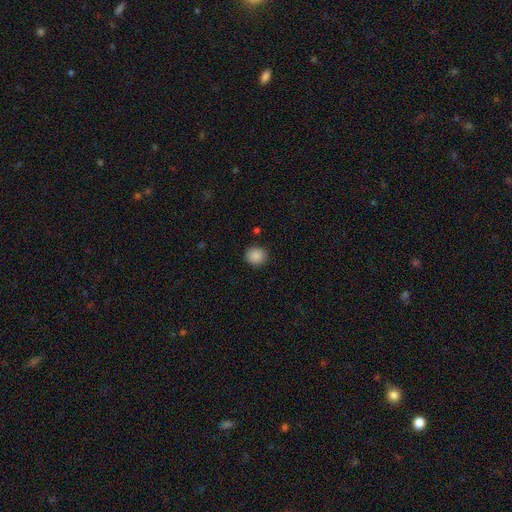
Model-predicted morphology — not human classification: Smooth or featured?
  - smooth: 88% *
  - star or artifact: 9%
  - featured or disk: 3%
How rounded?
  - round: 86% *
  - in between: 13%
  - cigar-shaped: 1%
Merging?
  - none: 89% *
  - minor disturbance: 7%
  - major disturbance: 2%
  - merger: 1%